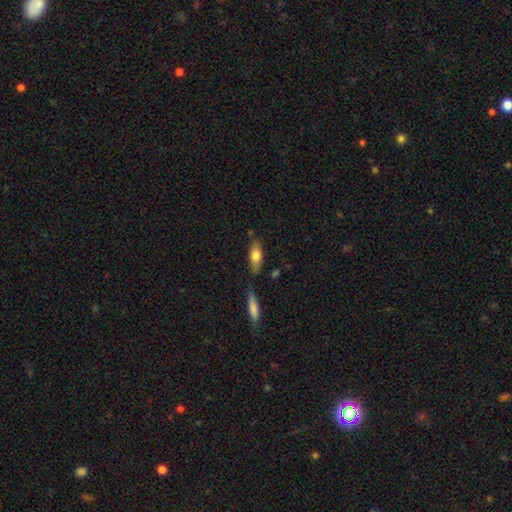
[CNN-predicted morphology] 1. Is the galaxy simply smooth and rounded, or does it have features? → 73% smooth, 21% featured or disk, 6% star or artifact.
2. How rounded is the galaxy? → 71% in between, 26% cigar-shaped, 3% round.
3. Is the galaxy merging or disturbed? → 67% none, 19% minor disturbance, 10% merger, 4% major disturbance.